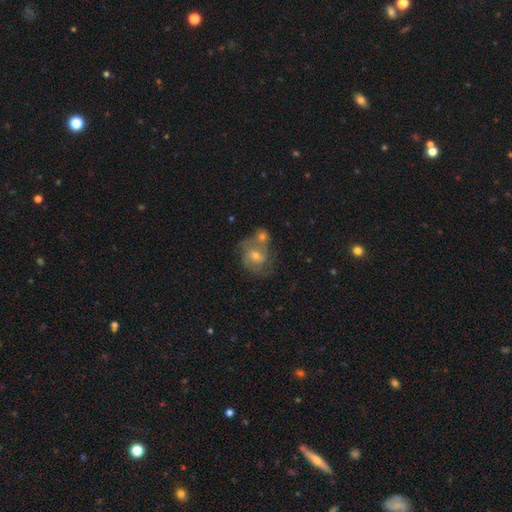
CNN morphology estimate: smooth_or_featured: featured or disk (p=0.69) [alt: smooth p=0.20]
disk_edge_on: no (p=0.97) [alt: yes p=0.03]
bar: no (p=0.50) [alt: weak p=0.42]
has_spiral_arms: yes (p=0.90) [alt: no p=0.10]
spiral_winding: medium (p=0.48) [alt: tight p=0.38]
spiral_arm_count: 2 (p=0.61) [alt: can't tell p=0.18]
bulge_size: moderate (p=0.52) [alt: small p=0.42]
merging: none (p=0.47) [alt: merger p=0.33]